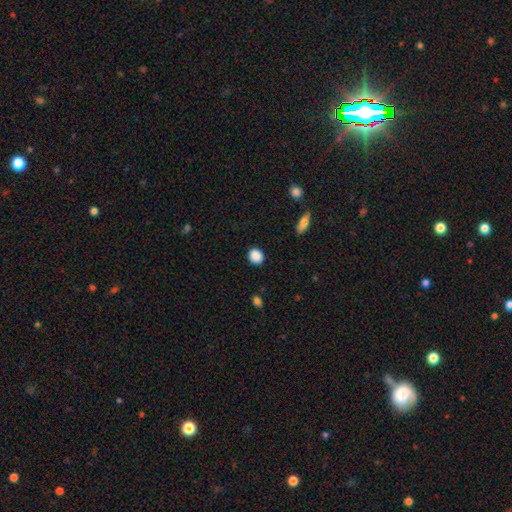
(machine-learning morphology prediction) This is clearly a smooth galaxy (89%). How rounded: likely round (75%). Merging: clearly none (89%).